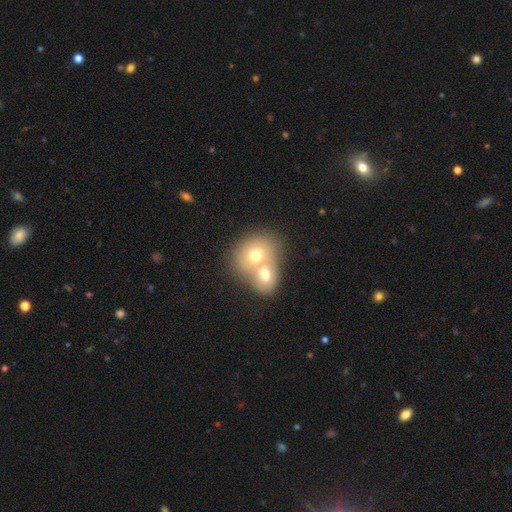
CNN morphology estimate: This appears to be a smooth galaxy with no disk features (65%) that is round (61%). Merging: merger (68%).